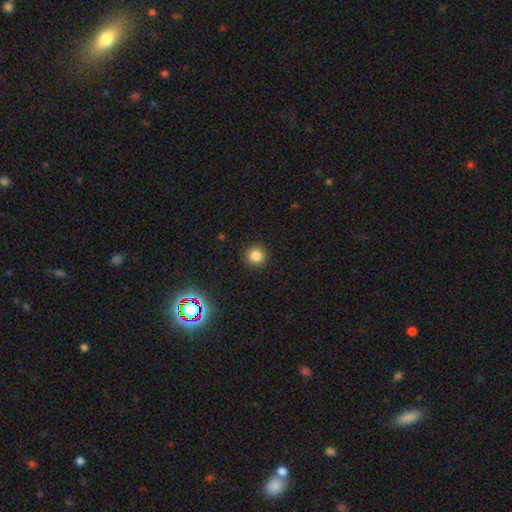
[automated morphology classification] A smooth galaxy with no disk features (82%) that is round (95%). Merging: none (92%).